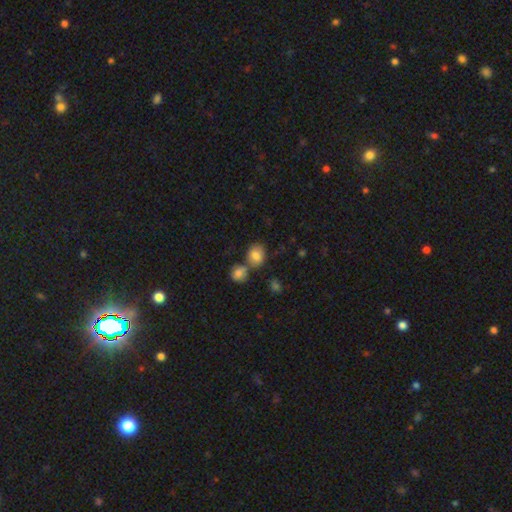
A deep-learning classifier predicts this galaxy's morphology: A smooth galaxy with no disk features (82%) that is in between round and cigar-shaped (51%). Merging: none (52%).